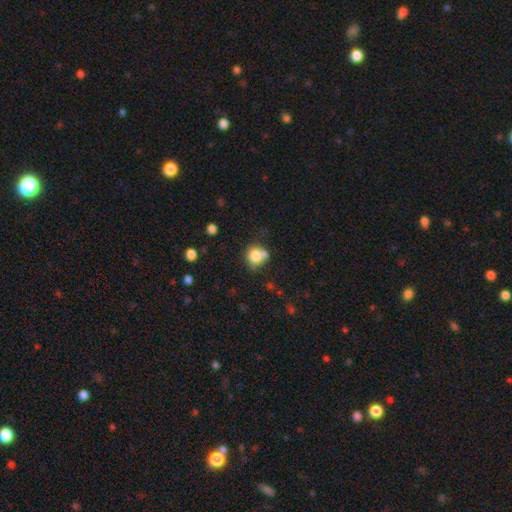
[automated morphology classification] Smooth or featured? Predicted: smooth (p=0.79). How rounded? Predicted: round (p=0.81). Merging? Predicted: none (p=0.53).